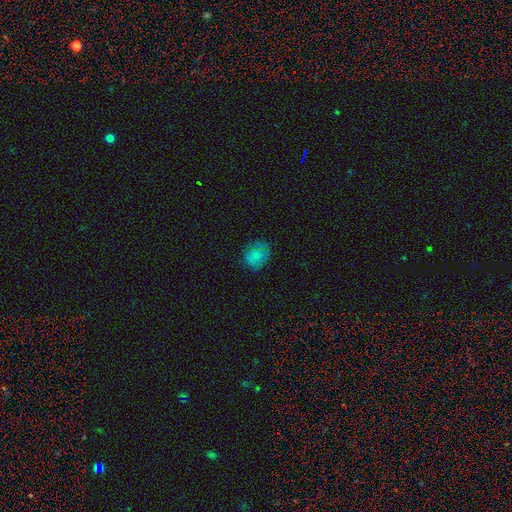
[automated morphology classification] A smooth galaxy with no disk features (76%) that is round (57%). Merging: none (68%).